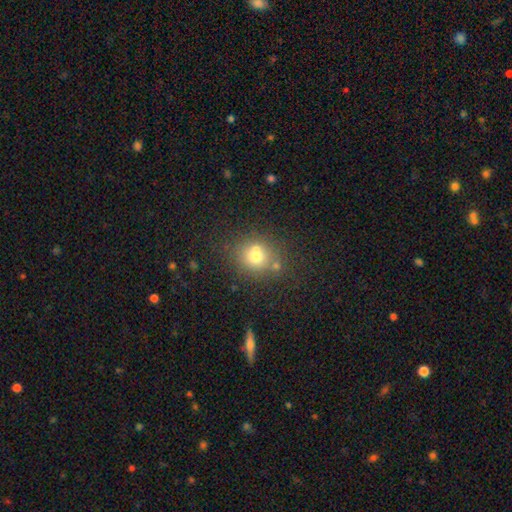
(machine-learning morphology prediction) A smooth galaxy with no disk features (70%) that is round (78%). Merging: none (60%).